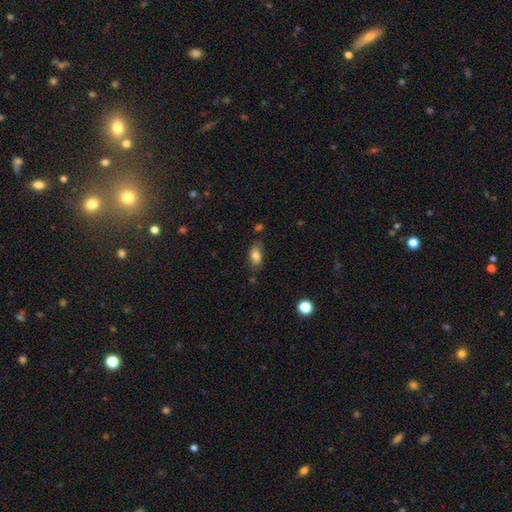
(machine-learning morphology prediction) This is clearly a smooth galaxy (81%). How rounded: clearly in between (87%). Merging: likely none (73%).